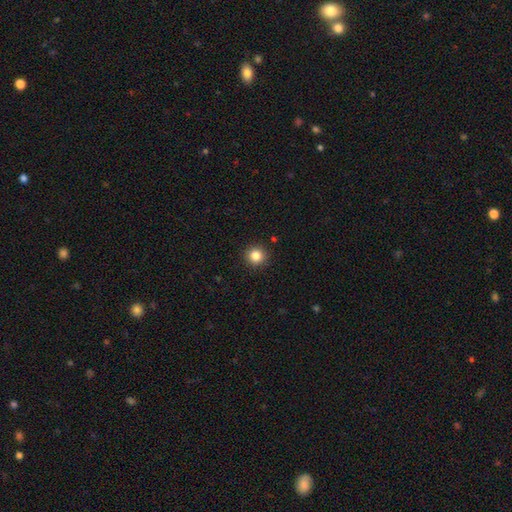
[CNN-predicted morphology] A smooth galaxy with no disk features (84%) that is round (94%). Merging: none (92%).